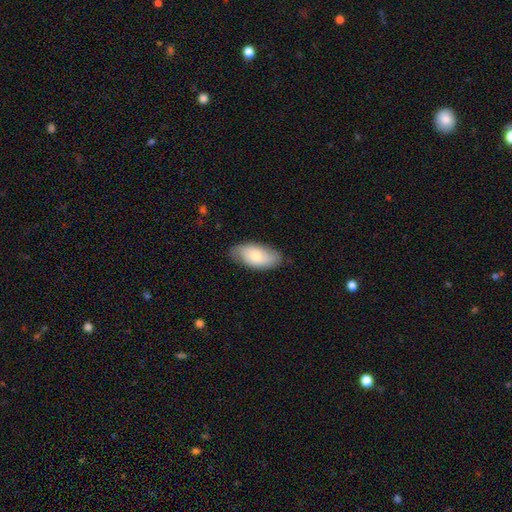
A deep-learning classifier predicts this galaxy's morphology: A smooth galaxy with no disk features (64%) that is in between round and cigar-shaped (93%).

Vote fractions:
- Smooth or featured? smooth: 64% / featured or disk: 31% / star or artifact: 6%
- How rounded? in between: 93% / cigar-shaped: 4% / round: 3%
- Merging? none: 77% / minor disturbance: 18% / major disturbance: 4% / merger: 1%